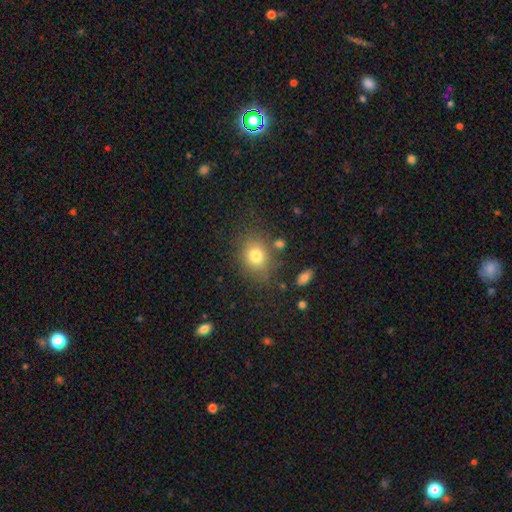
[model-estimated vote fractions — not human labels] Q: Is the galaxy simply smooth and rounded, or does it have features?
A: smooth — 79%.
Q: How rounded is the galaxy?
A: in between — 54%.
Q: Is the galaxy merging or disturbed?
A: none — 76%.